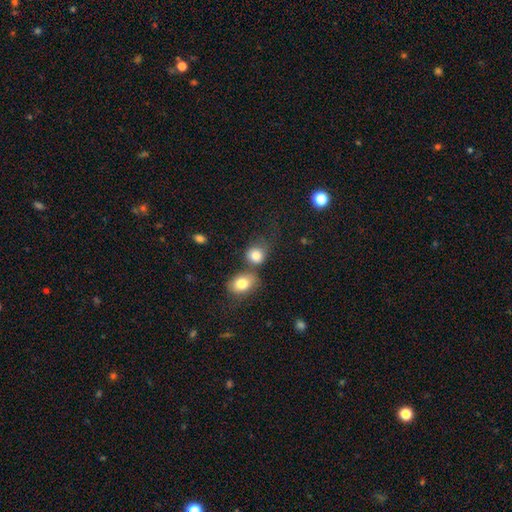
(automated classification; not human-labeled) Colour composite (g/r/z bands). It shows a smooth galaxy with no disk features (82%) that is round (65%). Merging: none (40%).